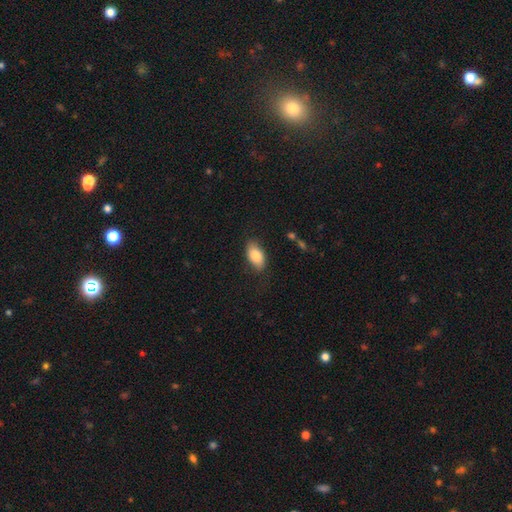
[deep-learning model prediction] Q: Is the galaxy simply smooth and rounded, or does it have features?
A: smooth — 82%.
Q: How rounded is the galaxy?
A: in between — 92%.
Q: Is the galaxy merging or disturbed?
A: none — 81%.